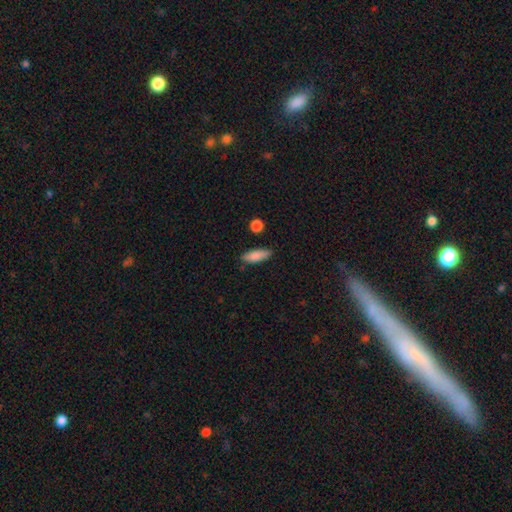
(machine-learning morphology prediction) Q: Smooth or featured?
A: smooth (85%); runner-up: featured or disk (8%)
Q: How rounded?
A: in between (64%); runner-up: cigar-shaped (34%)
Q: Merging?
A: none (83%); runner-up: minor disturbance (12%)